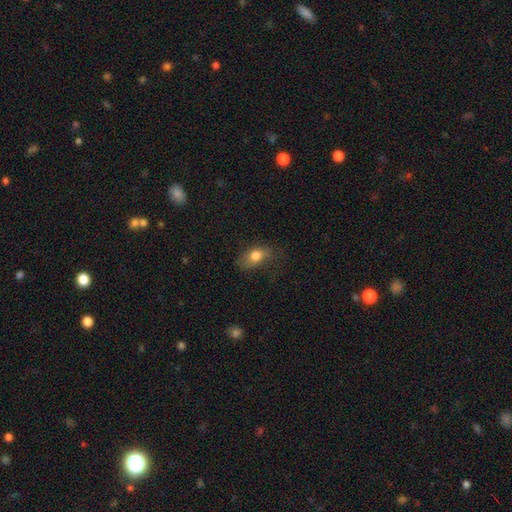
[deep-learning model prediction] Morphology: type=smooth (78%); roundness=in between (82%); merging=none (61%).